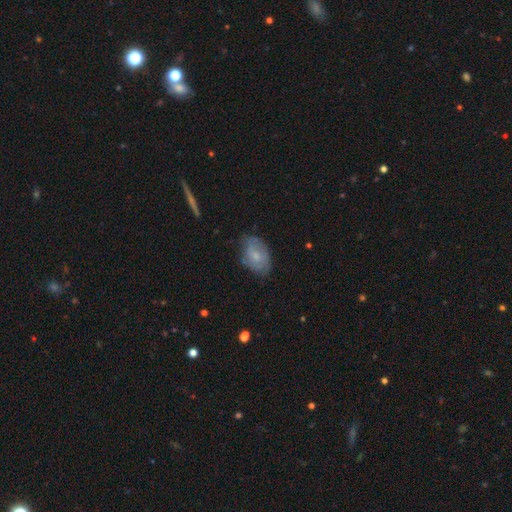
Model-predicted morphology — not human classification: A smooth galaxy with no disk features (56%) that is in between round and cigar-shaped (86%).

Vote fractions:
- Smooth or featured? smooth: 56% / featured or disk: 36% / star or artifact: 7%
- How rounded? in between: 86% / round: 13% / cigar-shaped: 2%
- Merging? none: 65% / minor disturbance: 27% / major disturbance: 7% / merger: 1%